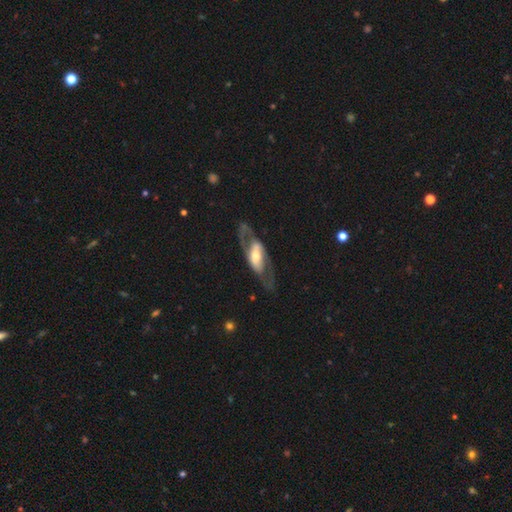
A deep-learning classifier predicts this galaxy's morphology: Smooth or featured?
  - featured or disk: 73% *
  - smooth: 22%
  - star or artifact: 5%
Edge-on disk?
  - no: 83% *
  - yes: 17%
Bar?
  - strong: 37% *
  - no: 35%
  - weak: 28%
Spiral arms?
  - yes: 62% *
  - no: 38%
Bulge size?
  - moderate: 52% *
  - large: 22%
  - small: 22%
  - dominant: 2%
  - none: 2%
Merging?
  - none: 68% *
  - major disturbance: 16%
  - minor disturbance: 15%
  - merger: 2%